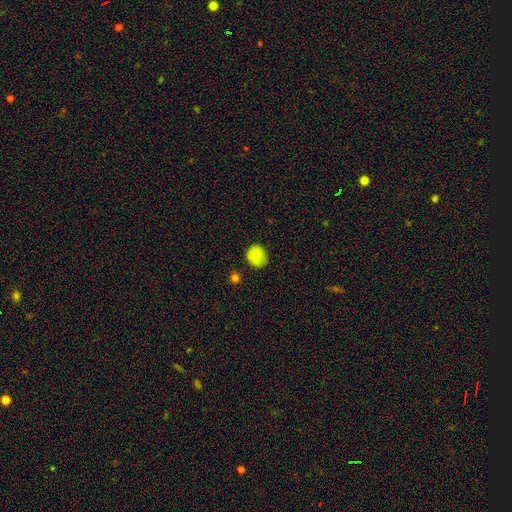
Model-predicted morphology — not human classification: The model was most divided on "how rounded": round: 77%, in between: 22%, cigar-shaped: 1%. More confident: smooth or featured — smooth (86%); merging — none (82%).